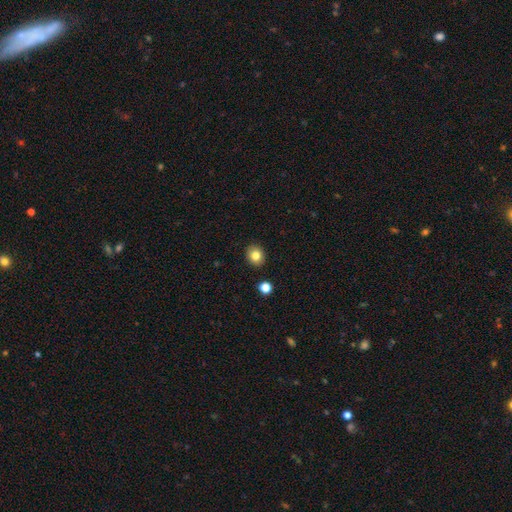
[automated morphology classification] smooth_or_featured: smooth (p=0.82) [alt: star or artifact p=0.10]
how_rounded: round (p=0.68) [alt: in between p=0.31]
merging: none (p=0.90) [alt: minor disturbance p=0.07]